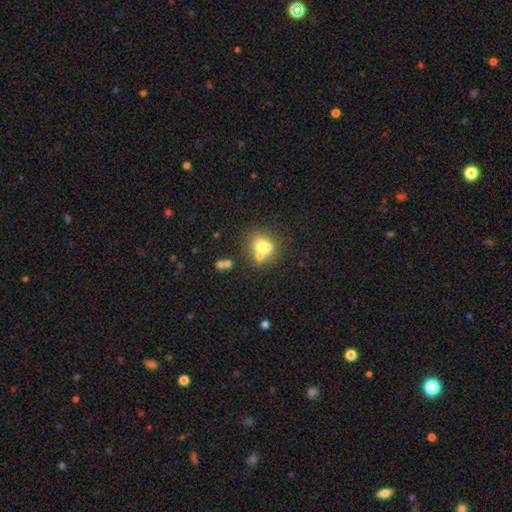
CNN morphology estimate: smooth-or-featured: smooth: 63% | featured or disk: 24% | star or artifact: 13%
  how-rounded: round: 70% | in between: 29% | cigar-shaped: 1%
  merging: merger: 50% | none: 36% | minor disturbance: 9% | major disturbance: 5%